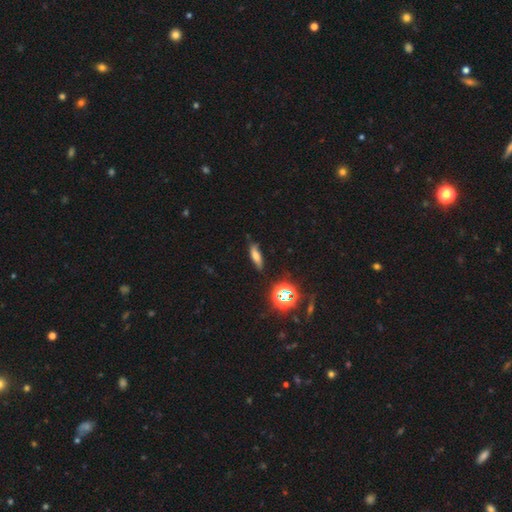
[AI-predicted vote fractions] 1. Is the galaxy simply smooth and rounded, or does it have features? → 59% smooth, 24% featured or disk, 18% star or artifact.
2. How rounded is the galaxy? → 54% cigar-shaped, 41% in between, 5% round.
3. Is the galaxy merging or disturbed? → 77% none, 17% minor disturbance, 4% major disturbance, 2% merger.